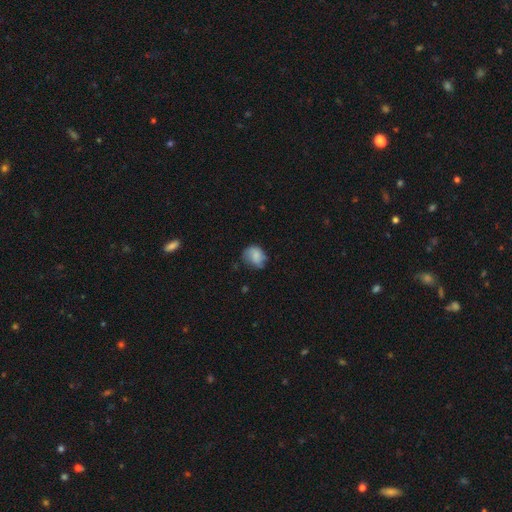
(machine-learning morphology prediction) The model was most divided on "how rounded": round: 57%, in between: 42%, cigar-shaped: 1%. More confident: smooth or featured — smooth (70%); merging — none (55%).